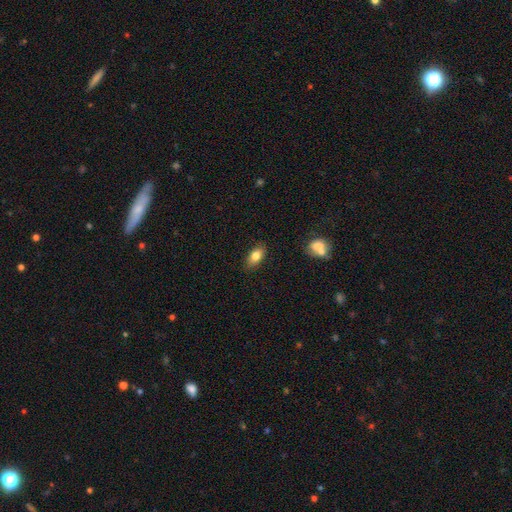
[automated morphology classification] smooth_or_featured: smooth (p=0.81) [alt: featured or disk p=0.11]
how_rounded: in between (p=0.88) [alt: cigar-shaped p=0.06]
merging: none (p=0.85) [alt: minor disturbance p=0.11]